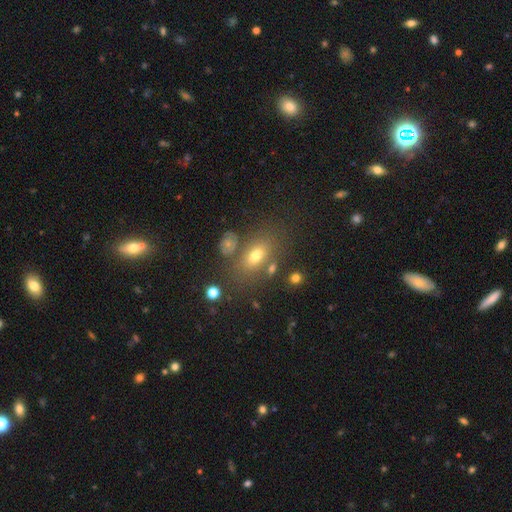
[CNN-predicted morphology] Overall: smooth (66%). How rounded: in between (79%). Merging: none (69%).